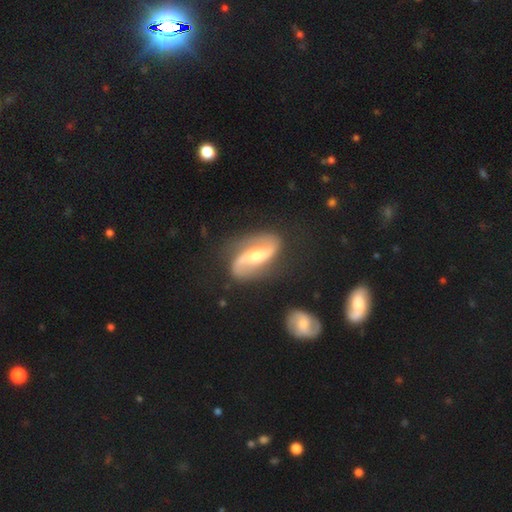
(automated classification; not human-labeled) Smooth or featured?
  - featured or disk: 88% *
  - smooth: 7%
  - star or artifact: 5%
Edge-on disk?
  - no: 95% *
  - yes: 5%
Bar?
  - strong: 37% *
  - weak: 35%
  - no: 28%
Spiral arms?
  - yes: 96% *
  - no: 4%
Spiral winding?
  - loose: 54% *
  - medium: 34%
  - tight: 12%
Spiral arm count?
  - 2: 93% *
  - can't tell: 2%
  - 1: 2%
  - 3: 1%
  - 4: 1%
  - more than 4: 1%
Bulge size?
  - moderate: 63% *
  - small: 28%
  - large: 6%
  - none: 2%
  - dominant: 1%
Merging?
  - none: 80% *
  - minor disturbance: 13%
  - major disturbance: 5%
  - merger: 2%